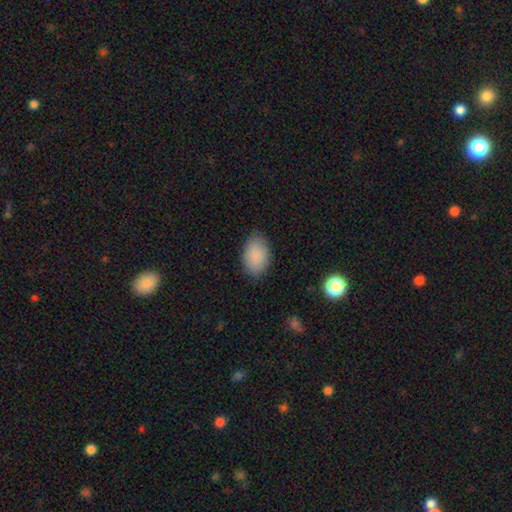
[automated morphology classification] A smooth galaxy with no disk features (89%) that is in between round and cigar-shaped (90%). Merging: none (85%).